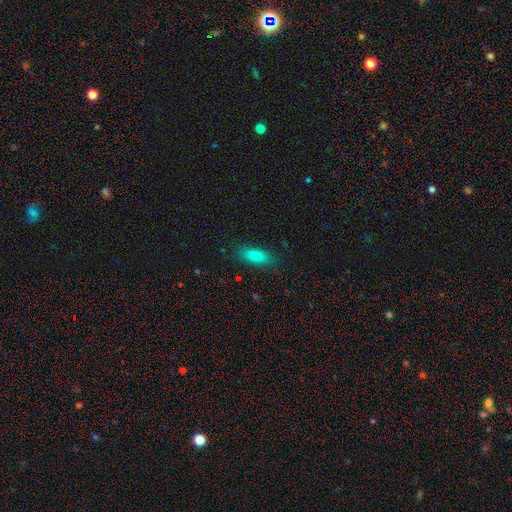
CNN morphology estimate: This is clearly a smooth galaxy (85%). How rounded: likely in between (67%). Merging: clearly none (85%).